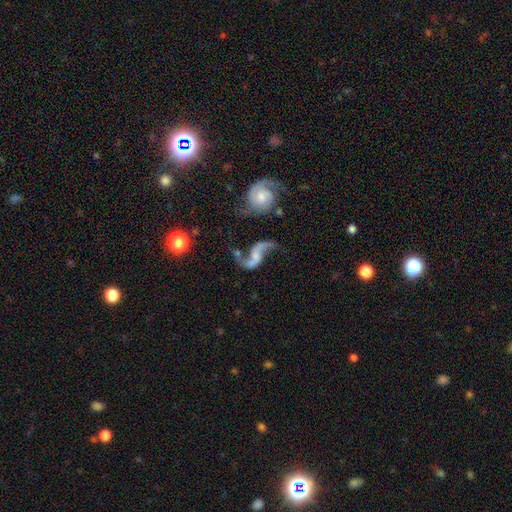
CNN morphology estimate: This is clearly a featured or disk galaxy (88%). It is clearly not viewed edge-on (97%). Bar: possibly no (48%). Spiral arm pattern: clearly yes (95%). Spiral arm count: clearly 2 (92%). Spiral winding: clearly loose (88%). Central bulge: marginally none (42%). Merging: possibly none (52%).